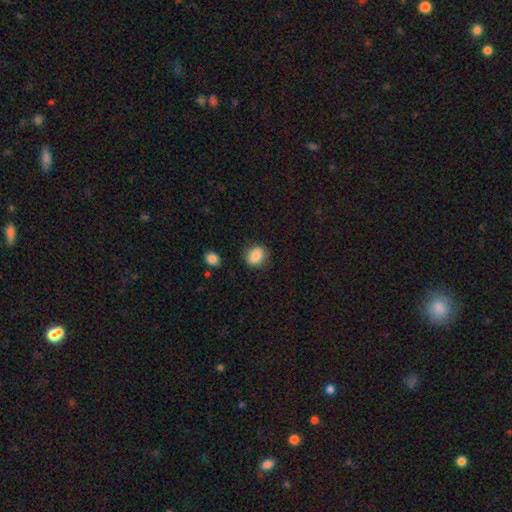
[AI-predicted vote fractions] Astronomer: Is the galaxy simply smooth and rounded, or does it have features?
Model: smooth — 86%.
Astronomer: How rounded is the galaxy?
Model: round — 63%.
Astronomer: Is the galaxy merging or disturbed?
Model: none — 82%.